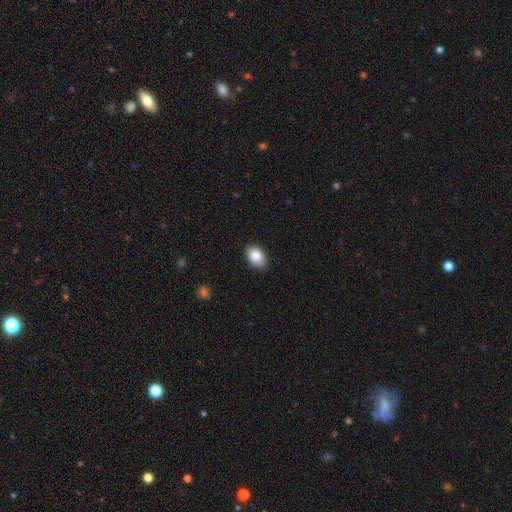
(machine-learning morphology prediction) Smooth or featured? Predicted: smooth (p=0.89). How rounded? Predicted: in between (p=0.87). Merging? Predicted: none (p=0.86).